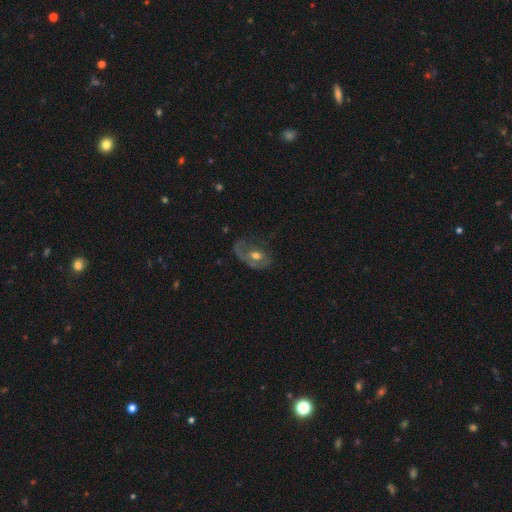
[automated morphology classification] The model was most divided on "merging": none: 38%, major disturbance: 37%, minor disturbance: 23%, merger: 3%. More confident: edge-on disk — no (94%); bar — no (73%); bulge size — moderate (70%); smooth or featured — featured or disk (60%); spiral arms — yes (55%).